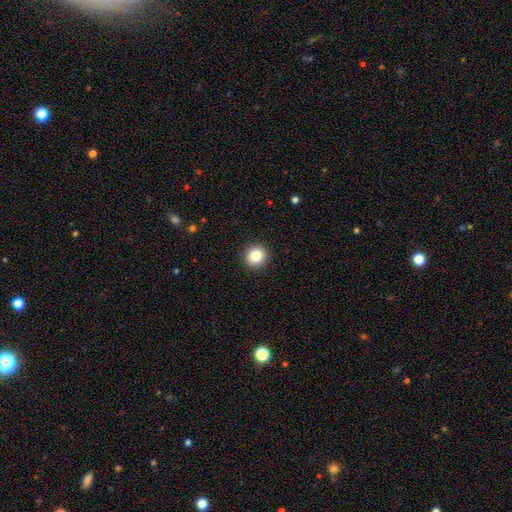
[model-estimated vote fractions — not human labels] smooth_or_featured: smooth (p=0.85) [alt: star or artifact p=0.10]
how_rounded: round (p=0.91) [alt: in between p=0.08]
merging: none (p=0.92) [alt: minor disturbance p=0.05]